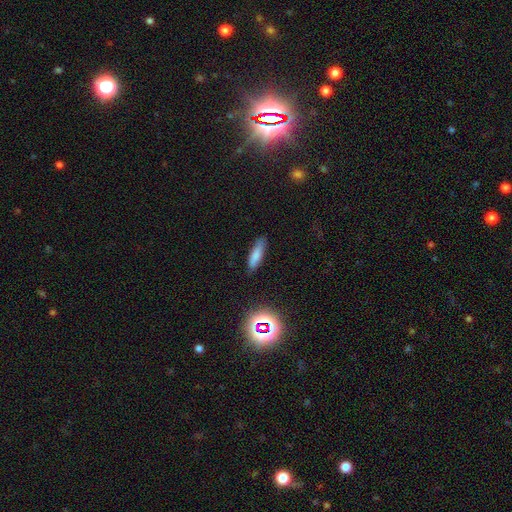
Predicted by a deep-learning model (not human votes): Morphology: type=smooth (77%); roundness=cigar-shaped (64%); merging=none (84%).